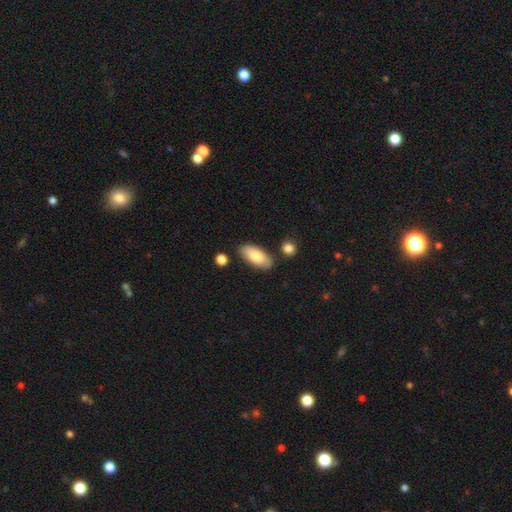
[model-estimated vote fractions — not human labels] The model was most divided on "smooth or featured": smooth: 80%, featured or disk: 14%, star or artifact: 6%. More confident: how rounded — in between (90%); merging — none (81%).